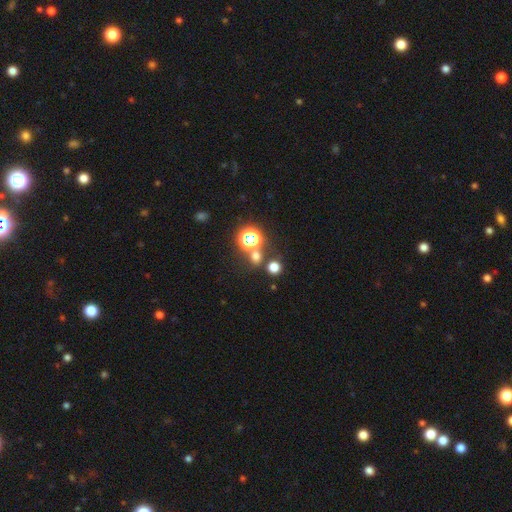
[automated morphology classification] smooth_or_featured: smooth (p=0.56) [alt: star or artifact p=0.36]
how_rounded: round (p=0.82) [alt: in between p=0.16]
merging: none (p=0.68) [alt: merger p=0.20]